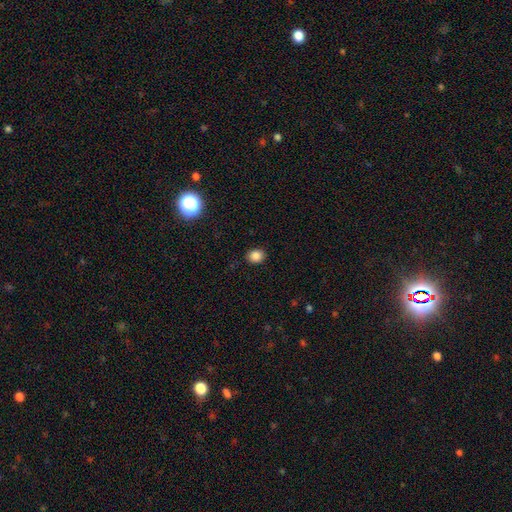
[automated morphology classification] This appears to be a smooth galaxy with no disk features (84%) that is round (65%). Merging: none (90%).